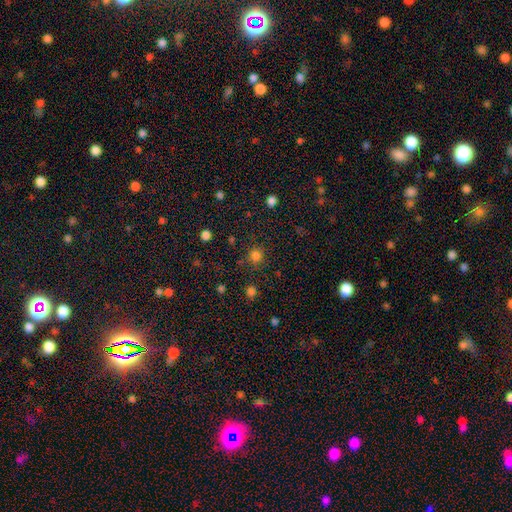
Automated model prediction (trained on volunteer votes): Smooth or featured: smooth — 79% (star or artifact — 16%)
How rounded: round — 92% (in between — 7%)
Merging: none — 84% (minor disturbance — 9%)